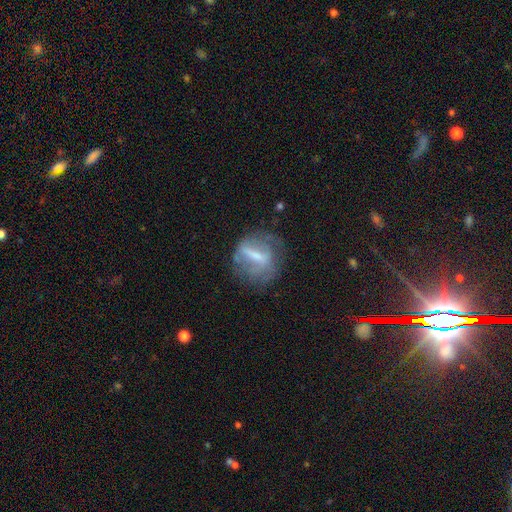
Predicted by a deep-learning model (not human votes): A featured or disk galaxy (62%) with a strong bar (53%), no spiral arms (57%) and a small central bulge (39%).

Vote fractions:
- Smooth or featured? featured or disk: 62% / smooth: 27% / star or artifact: 11%
- Edge-on disk? no: 87% / yes: 13%
- Bar? strong: 53% / weak: 33% / no: 14%
- Spiral arms? no: 57% / yes: 43%
- Bulge size? small: 39% / moderate: 32% / none: 23% / large: 4% / dominant: 1%
- Merging? none: 59% / minor disturbance: 22% / major disturbance: 17% / merger: 2%